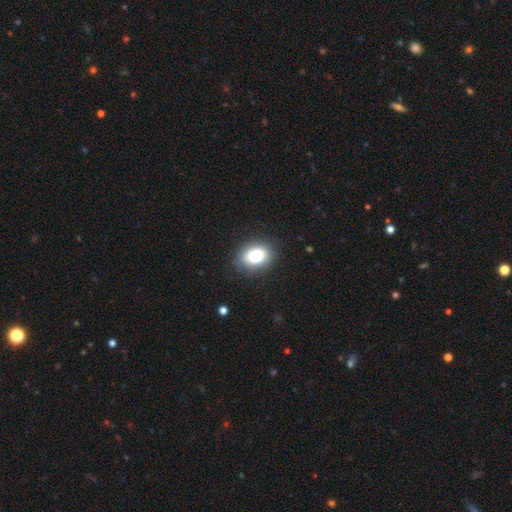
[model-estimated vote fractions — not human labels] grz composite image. It shows a smooth galaxy with no disk features (83%) that is in between round and cigar-shaped (75%). Merging: none (86%).